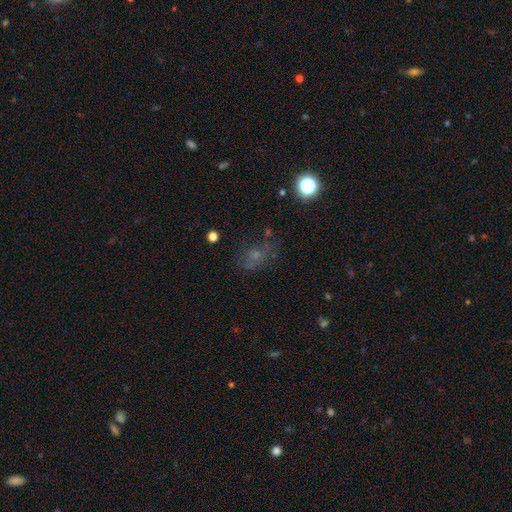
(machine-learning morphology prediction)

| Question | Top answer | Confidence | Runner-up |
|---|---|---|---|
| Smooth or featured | smooth | 43% | star or artifact (29%) |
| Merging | none | 57% | minor disturbance (22%) |